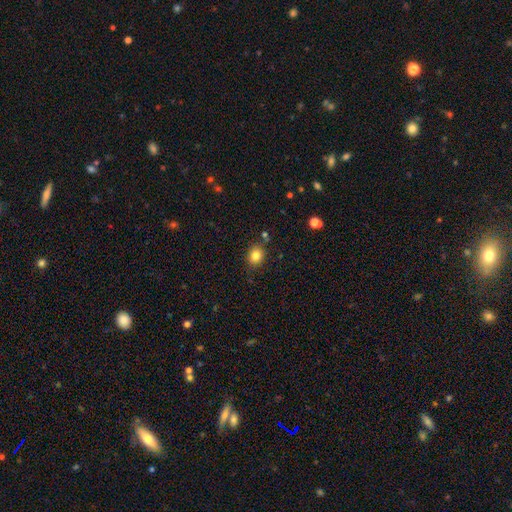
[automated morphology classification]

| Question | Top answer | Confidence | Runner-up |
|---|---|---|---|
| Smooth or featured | smooth | 83% | star or artifact (11%) |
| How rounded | round | 57% | in between (42%) |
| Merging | none | 82% | minor disturbance (12%) |